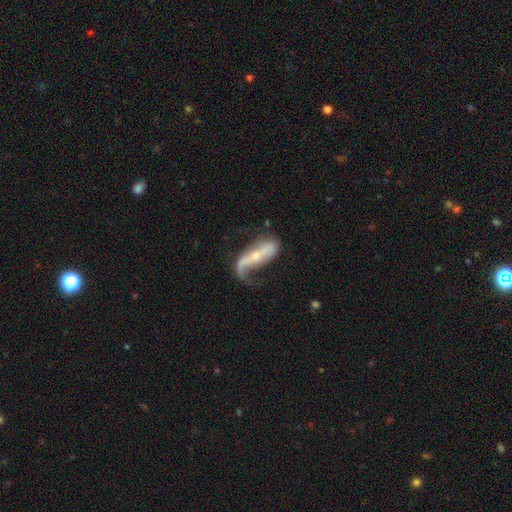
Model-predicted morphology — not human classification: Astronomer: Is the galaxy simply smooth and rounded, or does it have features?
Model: featured or disk — 79%.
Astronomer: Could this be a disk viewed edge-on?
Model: no — 85%.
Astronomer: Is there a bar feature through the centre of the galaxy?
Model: strong — 42% (runner-up: no, 33%).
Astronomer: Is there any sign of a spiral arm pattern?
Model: yes — 87%.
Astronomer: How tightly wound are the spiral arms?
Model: loose — 73%.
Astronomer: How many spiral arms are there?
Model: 2 — 57% (runner-up: 1, 36%).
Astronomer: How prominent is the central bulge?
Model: small — 65%.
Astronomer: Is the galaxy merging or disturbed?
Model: none — 37% (runner-up: major disturbance, 33%).